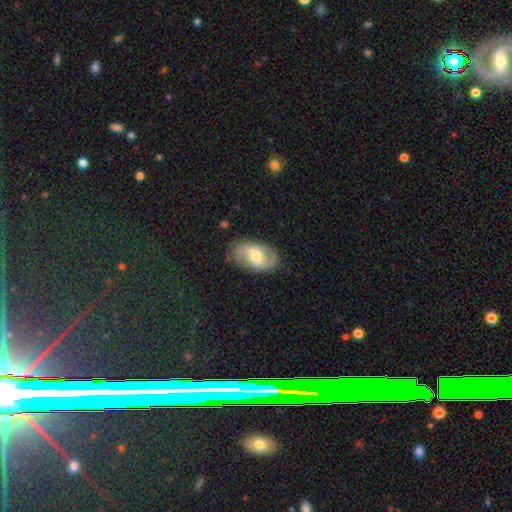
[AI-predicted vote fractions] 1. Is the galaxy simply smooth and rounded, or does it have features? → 71% featured or disk, 23% smooth, 6% star or artifact.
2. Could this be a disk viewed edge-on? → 96% no, 4% yes.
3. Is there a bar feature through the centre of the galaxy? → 47% weak, 29% no, 24% strong.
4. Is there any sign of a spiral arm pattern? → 87% yes, 13% no.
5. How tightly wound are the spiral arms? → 42% medium, 40% loose, 18% tight.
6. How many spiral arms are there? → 87% 2, 7% can't tell, 3% 1, 1% 3, 1% 4, 1% more than 4.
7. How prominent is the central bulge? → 58% moderate, 31% small, 7% large, 2% none, 1% dominant.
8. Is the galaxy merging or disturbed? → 78% none, 15% minor disturbance, 5% major disturbance, 1% merger.